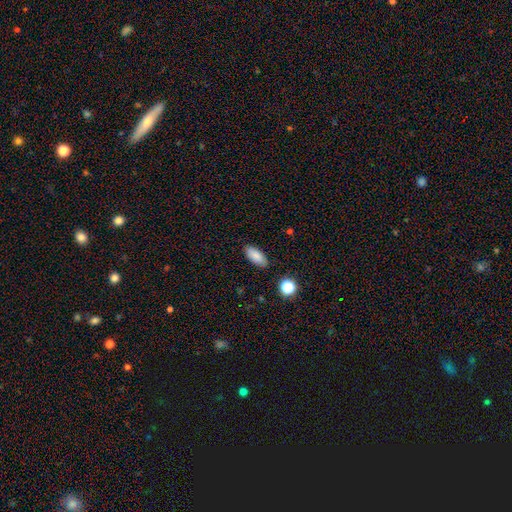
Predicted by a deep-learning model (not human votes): Smooth or featured? Predicted: smooth (p=0.84). How rounded? Predicted: in between (p=0.88). Merging? Predicted: none (p=0.86).